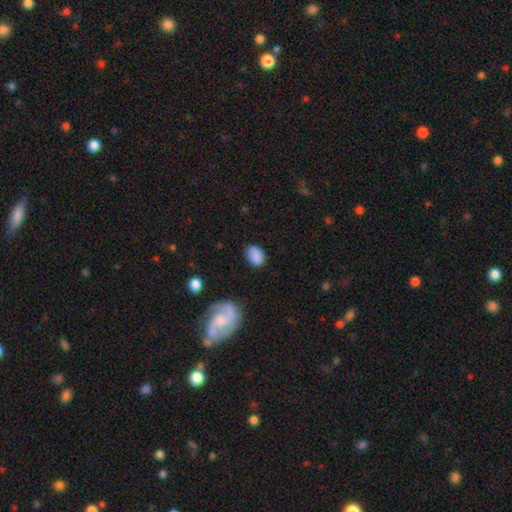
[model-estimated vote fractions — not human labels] Morphology: type=smooth (85%); roundness=in between (79%); merging=none (78%).